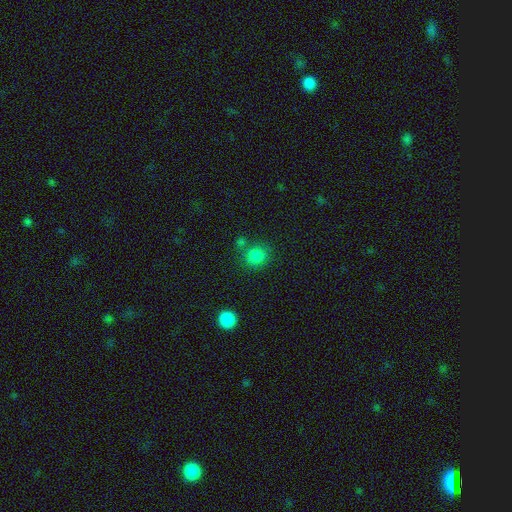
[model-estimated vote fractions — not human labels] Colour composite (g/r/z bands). It shows a smooth galaxy with no disk features (83%) that is round (85%). Merging: none (71%).